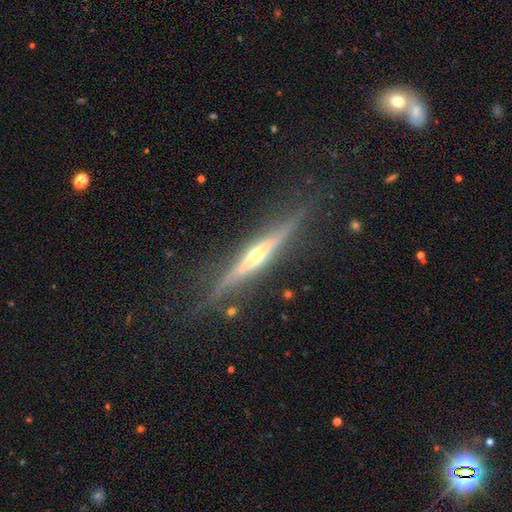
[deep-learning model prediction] A featured or disk galaxy (79%) viewed edge-on (95%) with a rounded central bulge (78%). Merging: none (79%).